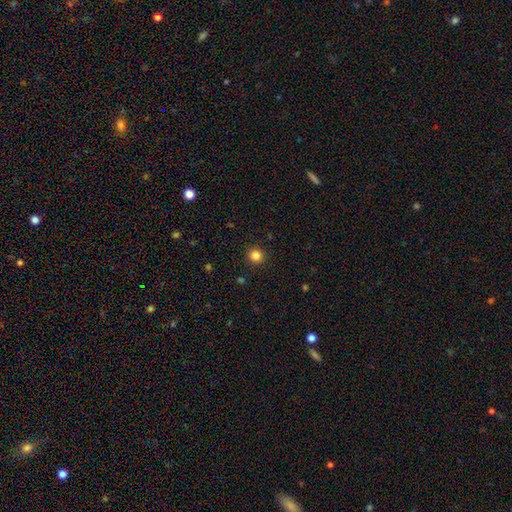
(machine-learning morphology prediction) type=smooth (83%); roundness=round (95%); merging=none (92%).